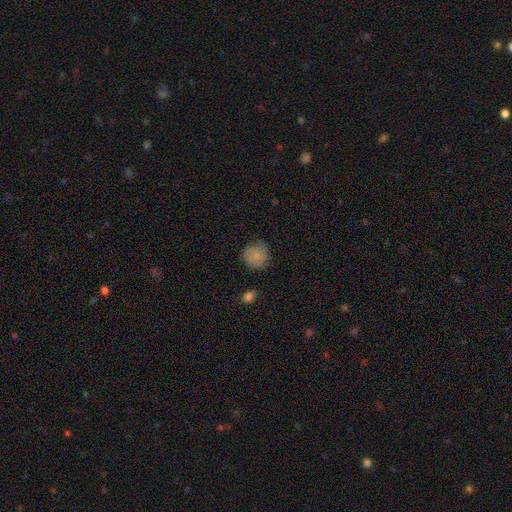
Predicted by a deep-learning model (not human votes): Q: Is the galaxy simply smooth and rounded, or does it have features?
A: smooth — 83%.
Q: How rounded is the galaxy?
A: round — 89%.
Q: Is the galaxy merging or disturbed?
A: none — 72%.